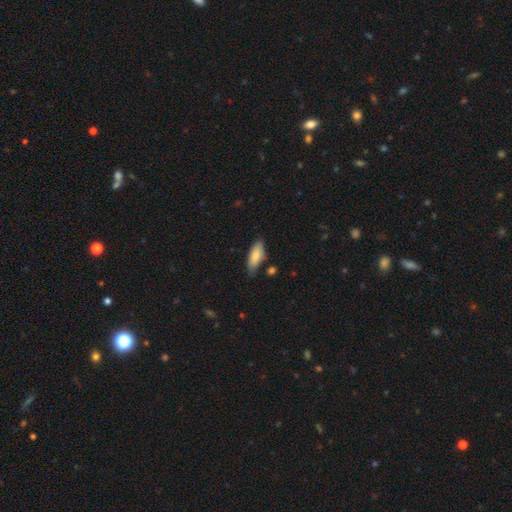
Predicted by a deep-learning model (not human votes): A smooth galaxy with no disk features (82%) that is in between round and cigar-shaped (75%). Merging: none (73%).